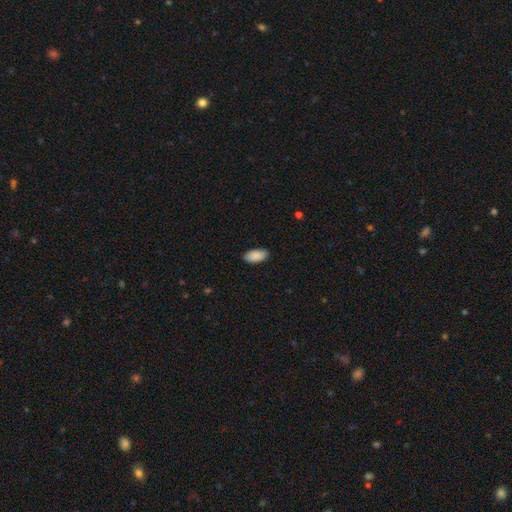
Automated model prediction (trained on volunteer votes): Morphology: type=smooth (90%); roundness=in between (94%); merging=none (86%).